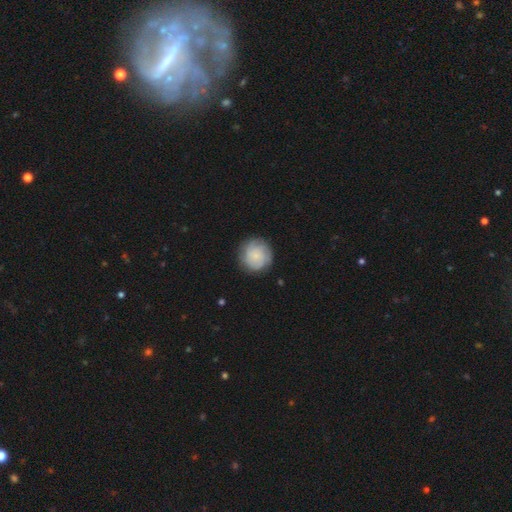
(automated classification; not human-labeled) Smooth or featured: smooth — 55% (featured or disk — 38%)
How rounded: round — 91% (in between — 8%)
Merging: none — 82% (minor disturbance — 13%)